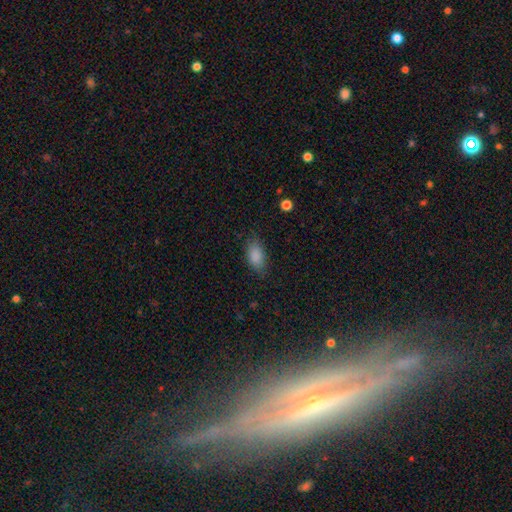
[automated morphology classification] This is clearly a smooth galaxy (87%). How rounded: clearly in between (91%). Merging: likely none (78%).